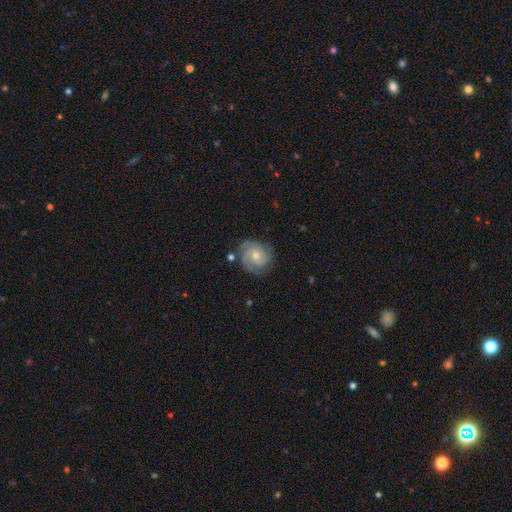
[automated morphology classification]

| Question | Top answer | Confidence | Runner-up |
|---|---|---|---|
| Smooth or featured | featured or disk | 77% | smooth (16%) |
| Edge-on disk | no | 98% | yes (2%) |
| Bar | no | 69% | weak (27%) |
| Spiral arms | yes | 95% | no (5%) |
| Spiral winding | tight | 59% | medium (33%) |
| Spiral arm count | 3 | 39% | 2 (25%) |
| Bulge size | moderate | 54% | small (41%) |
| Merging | none | 75% | minor disturbance (17%) |